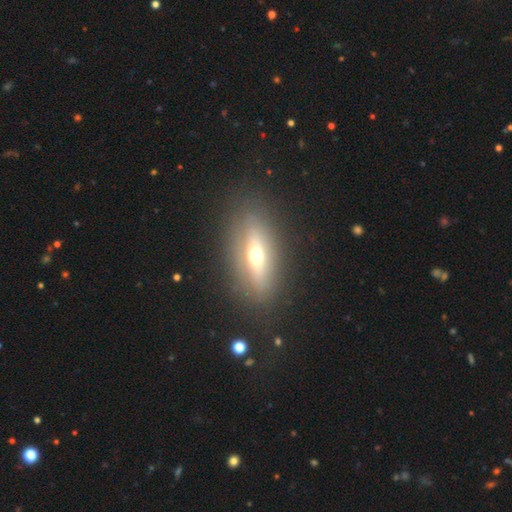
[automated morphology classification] smooth_or_featured: featured or disk (p=0.52) [alt: smooth p=0.39]
disk_edge_on: yes (p=0.57) [alt: no p=0.43]
merging: none (p=0.83) [alt: minor disturbance p=0.11]